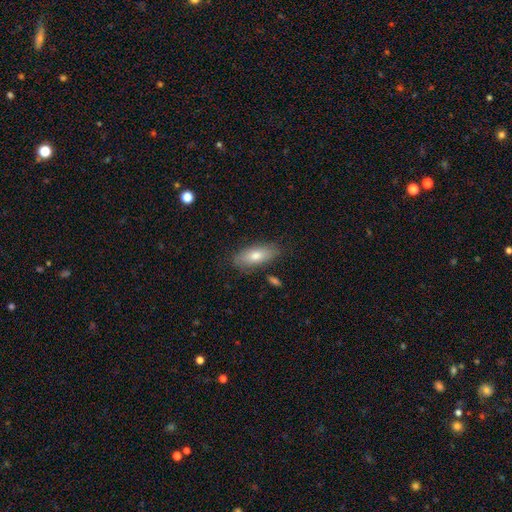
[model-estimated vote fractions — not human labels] smooth_or_featured: smooth (p=0.73) [alt: featured or disk p=0.20]
how_rounded: in between (p=0.81) [alt: cigar-shaped p=0.17]
merging: none (p=0.81) [alt: minor disturbance p=0.13]